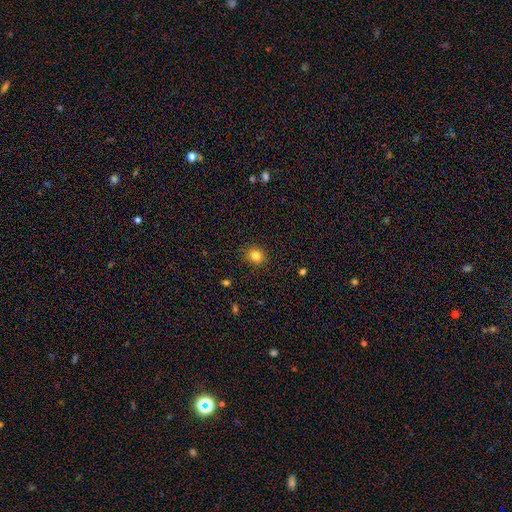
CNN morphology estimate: Overall: smooth (82%). How rounded: round (71%). Merging: none (89%).